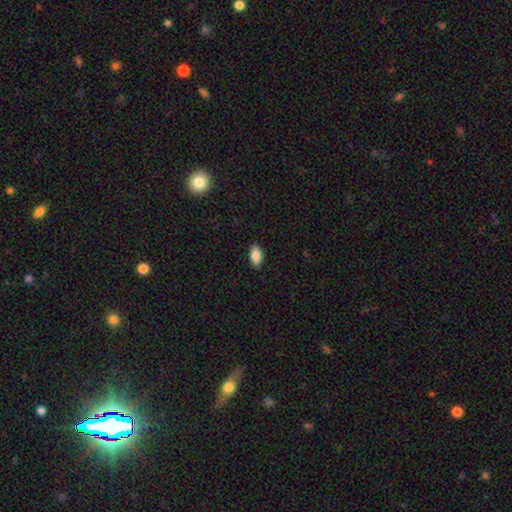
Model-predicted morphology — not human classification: This appears to be a smooth galaxy with no disk features (89%) that is in between round and cigar-shaped (91%). Merging: none (88%).